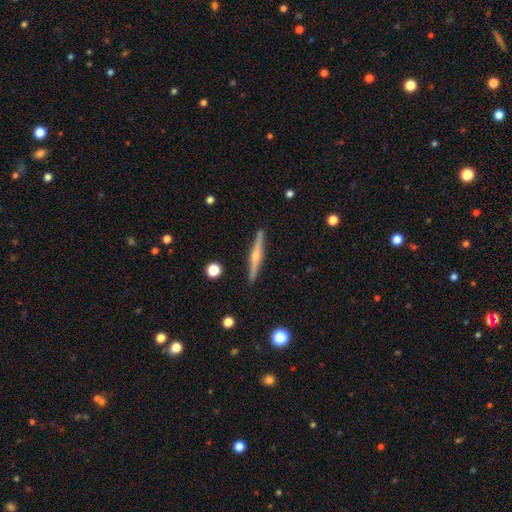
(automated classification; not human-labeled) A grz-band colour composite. It shows a featured or disk galaxy (77%) viewed edge-on (98%) with a rounded central bulge (89%). Merging: none (91%).